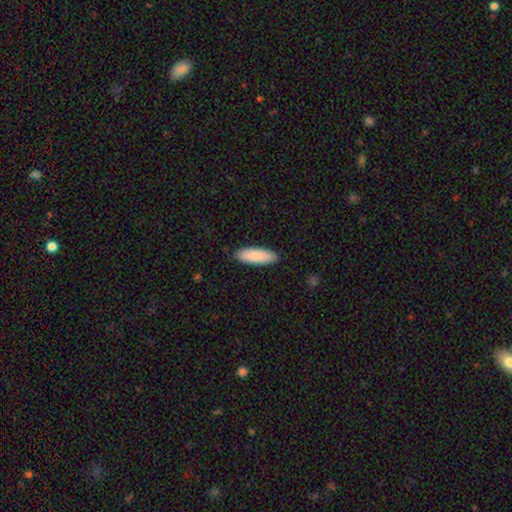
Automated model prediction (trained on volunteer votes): smooth-or-featured: smooth: 89% | featured or disk: 7% | star or artifact: 5%
  how-rounded: in between: 59% | cigar-shaped: 39% | round: 1%
  merging: none: 89% | minor disturbance: 9% | major disturbance: 2% | merger: 1%